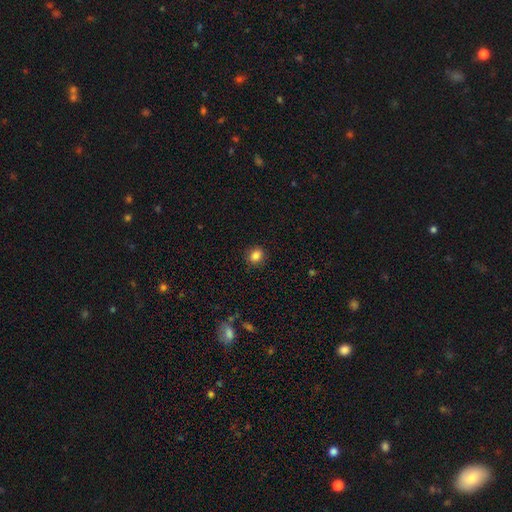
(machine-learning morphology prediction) Overall: smooth (85%). How rounded: round (75%). Merging: none (89%).